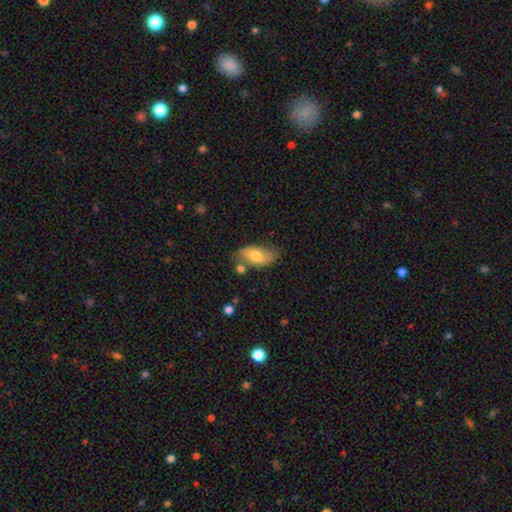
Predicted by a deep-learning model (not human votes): Morphology: type=smooth (66%); roundness=in between (91%); merging=none (65%).